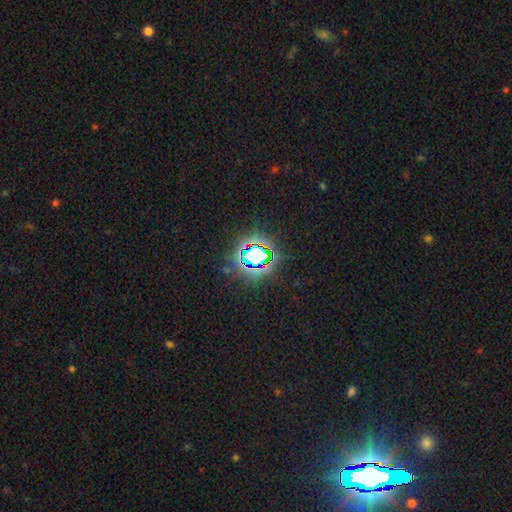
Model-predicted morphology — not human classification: Smooth or featured? star or artifact (70%)